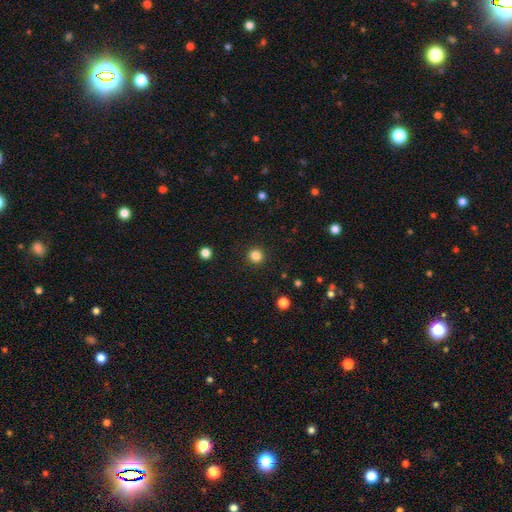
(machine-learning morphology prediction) The model was most divided on "smooth or featured": smooth: 84%, star or artifact: 12%, featured or disk: 4%. More confident: how rounded — round (94%); merging — none (92%).